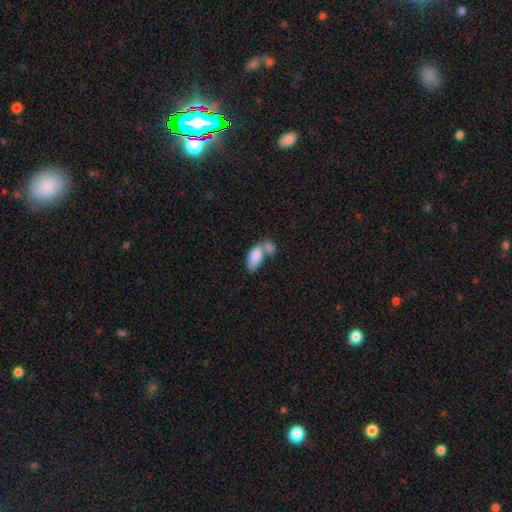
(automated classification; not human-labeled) A smooth galaxy with no disk features (84%) that is in between round and cigar-shaped (93%). Merging: merger (61%).